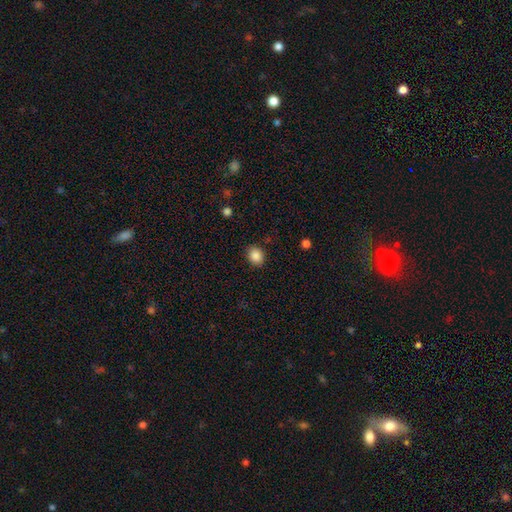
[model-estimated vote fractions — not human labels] A smooth galaxy with no disk features (87%) that is round (58%).

Vote fractions:
- Smooth or featured? smooth: 87% / star or artifact: 10% / featured or disk: 4%
- How rounded? round: 58% / in between: 41% / cigar-shaped: 1%
- Merging? none: 87% / minor disturbance: 9% / major disturbance: 3% / merger: 1%